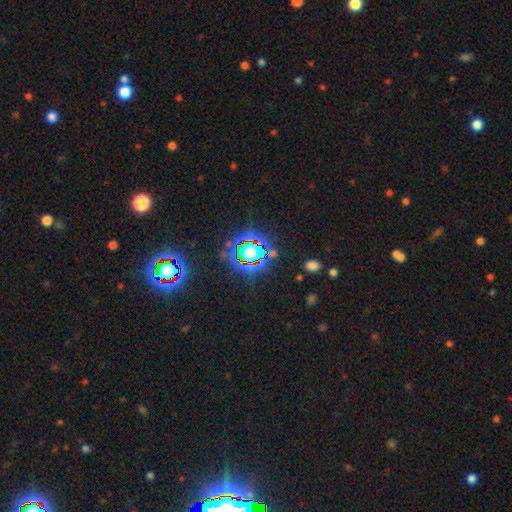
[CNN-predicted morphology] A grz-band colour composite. It shows a star or artifact, not a galaxy (80%).